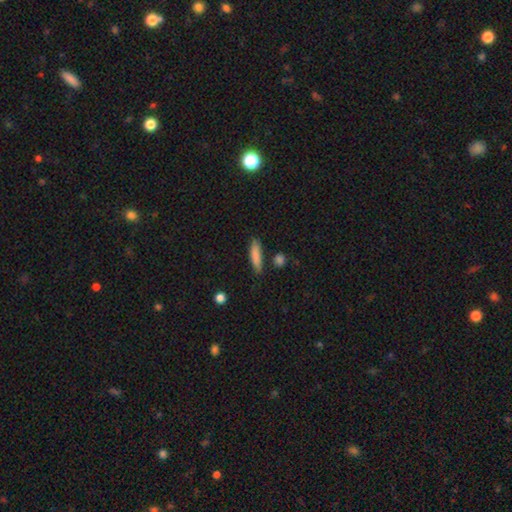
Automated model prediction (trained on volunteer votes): smooth-or-featured: smooth: 84% | featured or disk: 10% | star or artifact: 6%
  how-rounded: cigar-shaped: 76% | in between: 22% | round: 2%
  merging: none: 80% | minor disturbance: 14% | merger: 4% | major disturbance: 3%